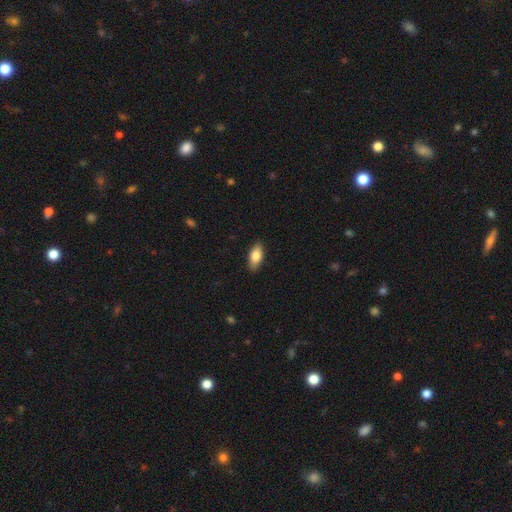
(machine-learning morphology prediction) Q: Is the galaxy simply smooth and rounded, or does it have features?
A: smooth — 80%.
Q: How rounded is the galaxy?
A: in between — 87%.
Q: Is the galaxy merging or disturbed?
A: none — 88%.